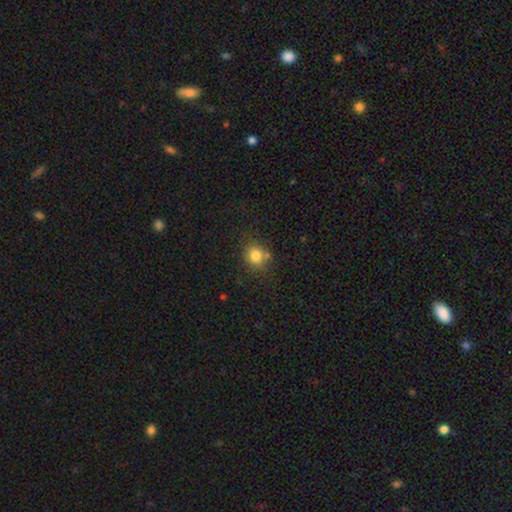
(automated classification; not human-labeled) This appears to be a smooth galaxy with no disk features (81%) that is round (76%). Merging: none (73%).